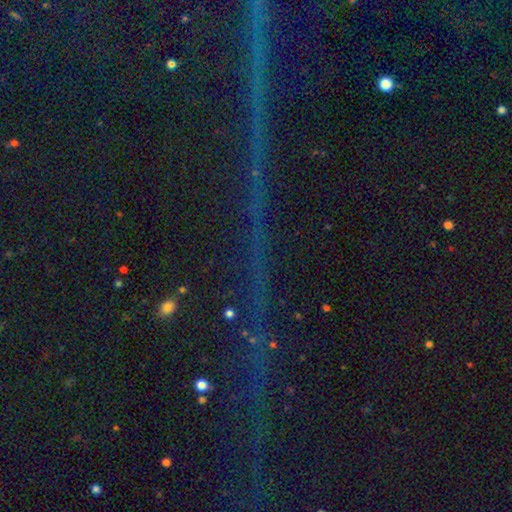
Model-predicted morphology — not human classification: Smooth or featured?
  - star or artifact: 83% *
  - featured or disk: 10%
  - smooth: 8%